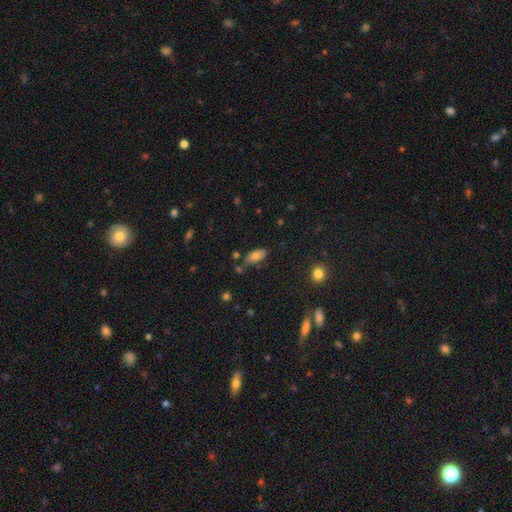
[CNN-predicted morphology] type=smooth (77%); roundness=in between (91%); merging=none (68%).